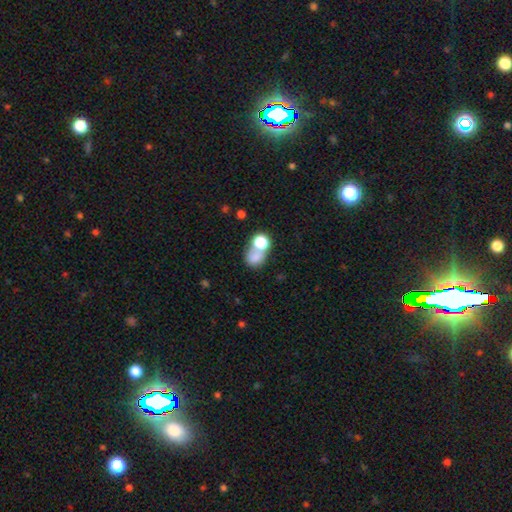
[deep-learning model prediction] Overall: smooth (73%). How rounded: round (51%; in between 47%). Merging: merger (55%; none 27%).